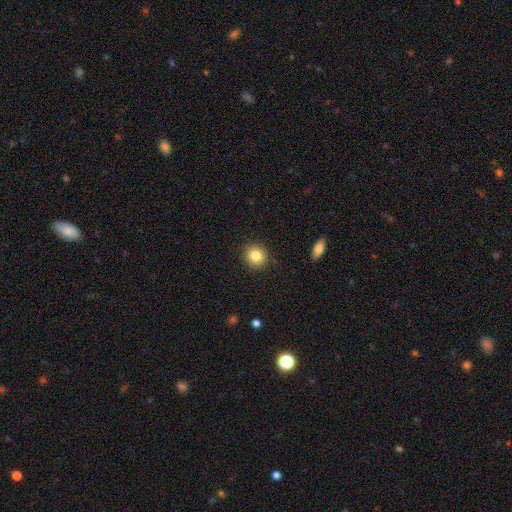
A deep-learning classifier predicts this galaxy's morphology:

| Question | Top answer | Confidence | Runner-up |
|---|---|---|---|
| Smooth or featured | smooth | 84% | star or artifact (9%) |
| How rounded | round | 86% | in between (13%) |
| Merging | none | 89% | minor disturbance (7%) |